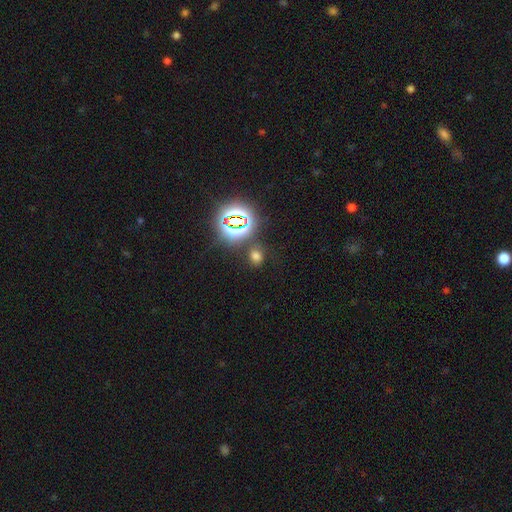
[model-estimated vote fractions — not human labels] A smooth galaxy with no disk features (58%) that is round (52%).

Vote fractions:
- Smooth or featured? smooth: 58% / star or artifact: 35% / featured or disk: 7%
- How rounded? round: 52% / in between: 46% / cigar-shaped: 2%
- Merging? none: 78% / minor disturbance: 11% / merger: 6% / major disturbance: 5%